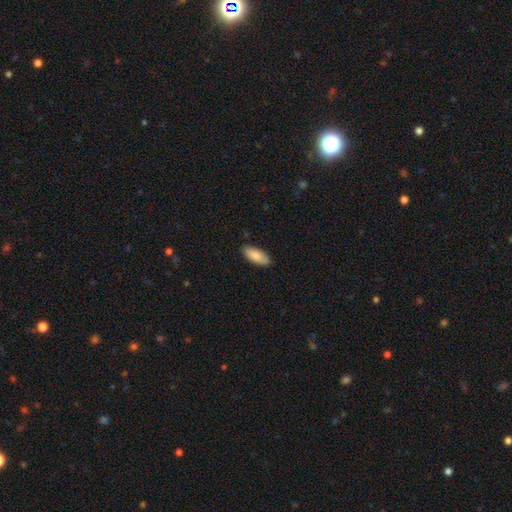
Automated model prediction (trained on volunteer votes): Q: Smooth or featured?
A: smooth (85%); runner-up: featured or disk (10%)
Q: How rounded?
A: in between (84%); runner-up: cigar-shaped (14%)
Q: Merging?
A: none (86%); runner-up: minor disturbance (11%)